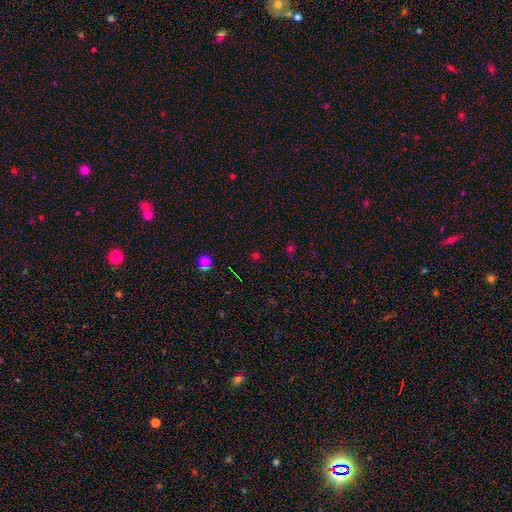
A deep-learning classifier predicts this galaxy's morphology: type=star or artifact (51%).